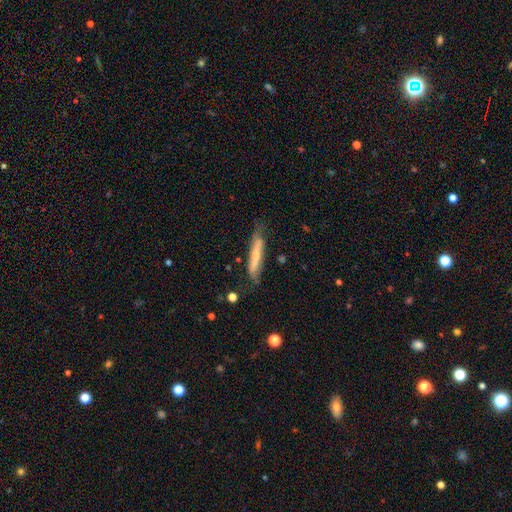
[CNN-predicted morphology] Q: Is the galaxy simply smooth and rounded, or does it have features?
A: smooth — 53%.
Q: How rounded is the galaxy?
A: cigar-shaped — 90%.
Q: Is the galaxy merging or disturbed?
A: none — 67%.